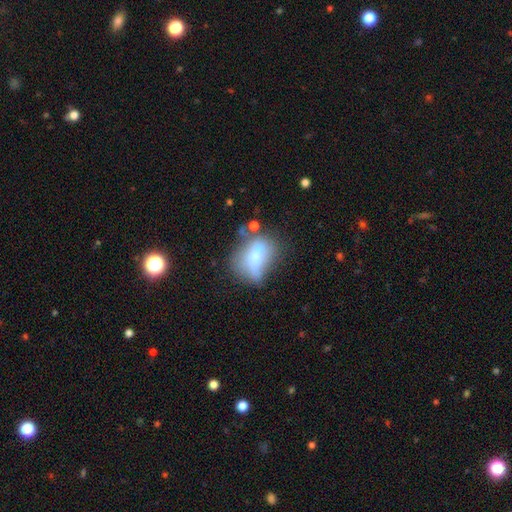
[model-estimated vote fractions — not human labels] This appears to be a smooth galaxy with no disk features (54%) that is in between round and cigar-shaped (70%). Merging: merger (31%).